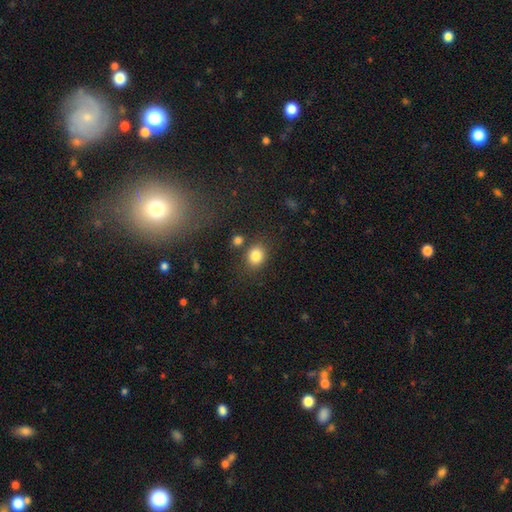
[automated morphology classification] A smooth galaxy with no disk features (83%) that is round (56%).

Vote fractions:
- Smooth or featured? smooth: 83% / star or artifact: 10% / featured or disk: 6%
- How rounded? round: 56% / in between: 43% / cigar-shaped: 1%
- Merging? none: 76% / minor disturbance: 11% / merger: 9% / major disturbance: 4%